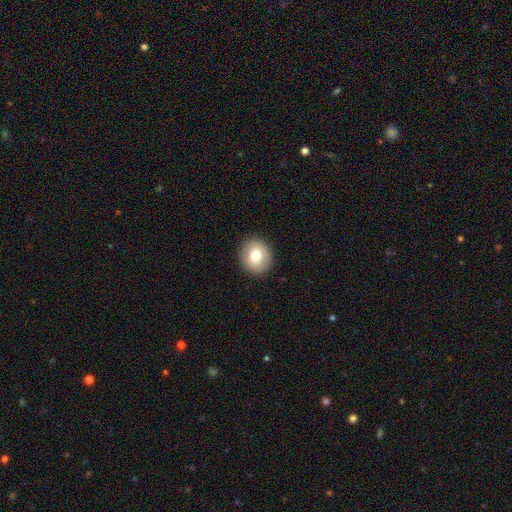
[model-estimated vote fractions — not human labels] Smooth or featured: smooth — 75% (featured or disk — 17%)
How rounded: round — 78% (in between — 21%)
Merging: none — 90% (minor disturbance — 7%)